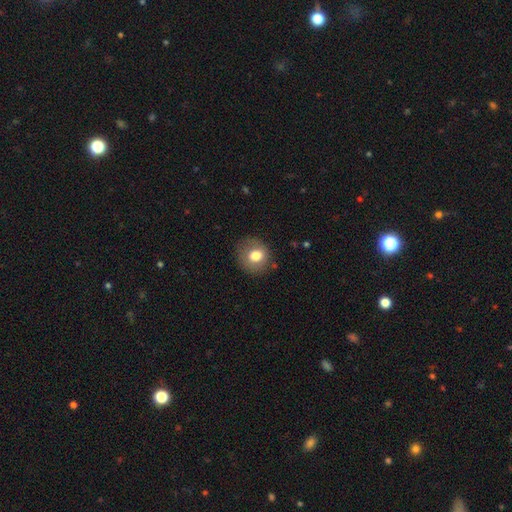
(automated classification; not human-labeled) Morphology: type=smooth (75%); roundness=round (80%); merging=none (81%).